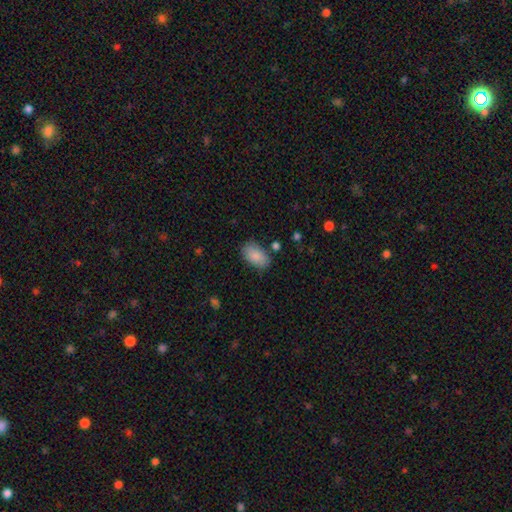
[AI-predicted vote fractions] smooth-or-featured: smooth: 87% | star or artifact: 6% | featured or disk: 6%
  how-rounded: in between: 92% | round: 6% | cigar-shaped: 2%
  merging: none: 78% | minor disturbance: 16% | major disturbance: 4% | merger: 3%